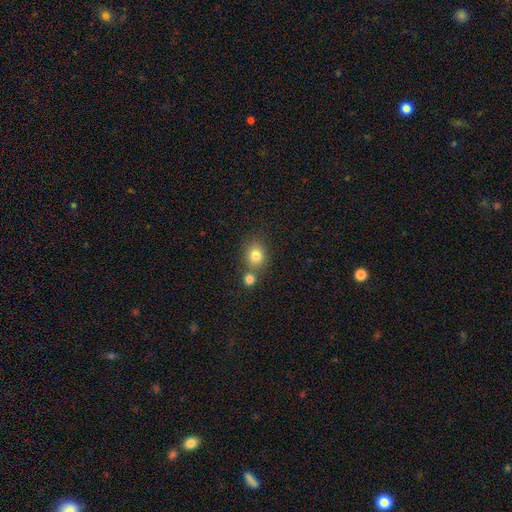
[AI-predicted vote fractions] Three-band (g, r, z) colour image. It shows a smooth galaxy with no disk features (81%) that is round (70%). Merging: none (59%).